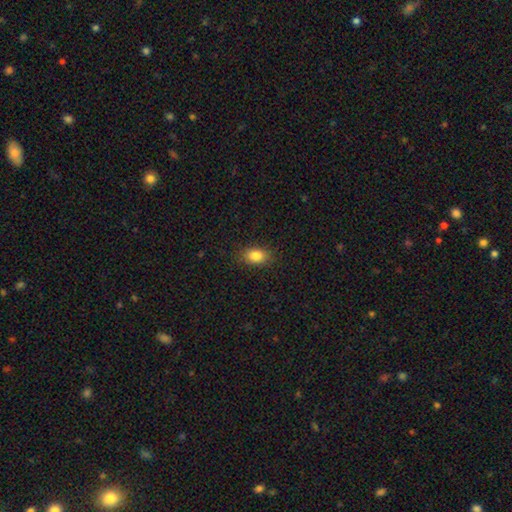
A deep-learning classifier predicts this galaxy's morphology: smooth 85%, star or artifact 9%, featured or disk 6%. Down the decision tree: how rounded — in between (83%); merging — none (87%).